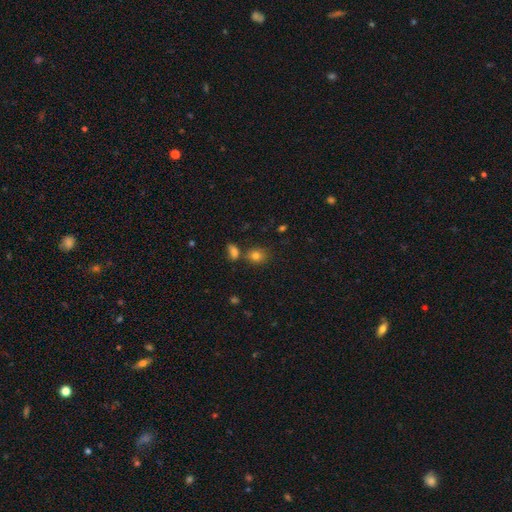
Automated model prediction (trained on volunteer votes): Smooth or featured: smooth — 78% (star or artifact — 14%)
How rounded: round — 63% (in between — 35%)
Merging: none — 69% (merger — 17%)